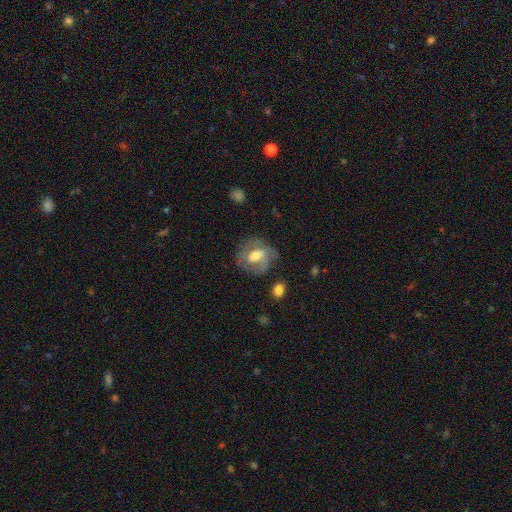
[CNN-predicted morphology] smooth_or_featured: featured or disk (p=0.60) [alt: smooth p=0.33]
disk_edge_on: no (p=0.96) [alt: yes p=0.04]
bar: weak (p=0.45) [alt: no p=0.37]
has_spiral_arms: yes (p=0.70) [alt: no p=0.30]
bulge_size: moderate (p=0.63) [alt: small p=0.21]
merging: none (p=0.61) [alt: minor disturbance p=0.23]